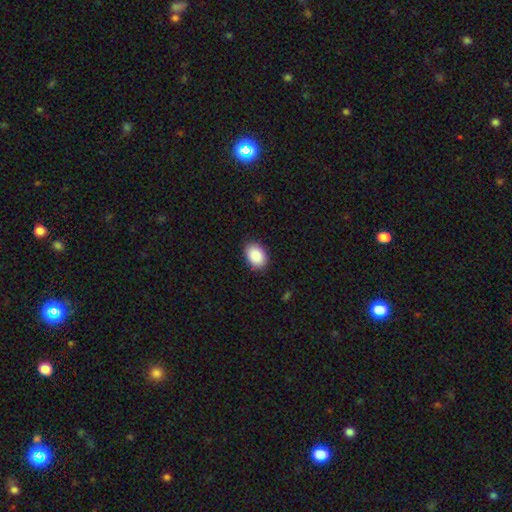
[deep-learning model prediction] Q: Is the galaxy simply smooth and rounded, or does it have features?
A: smooth — 90%.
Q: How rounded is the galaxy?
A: in between — 83%.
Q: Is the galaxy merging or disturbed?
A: none — 87%.